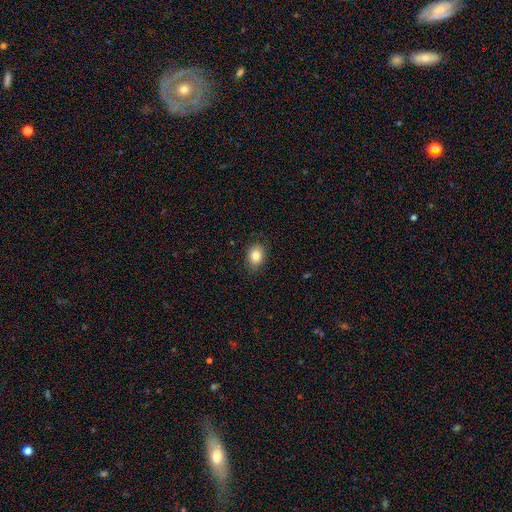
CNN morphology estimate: smooth_or_featured: smooth (p=0.85) [alt: star or artifact p=0.09]
how_rounded: in between (p=0.74) [alt: round p=0.24]
merging: none (p=0.85) [alt: minor disturbance p=0.12]